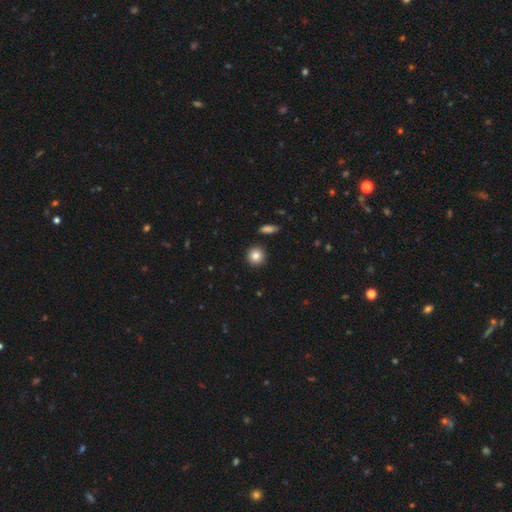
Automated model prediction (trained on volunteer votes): Q: Smooth or featured?
A: smooth (83%); runner-up: star or artifact (9%)
Q: How rounded?
A: round (92%); runner-up: in between (7%)
Q: Merging?
A: none (90%); runner-up: minor disturbance (6%)